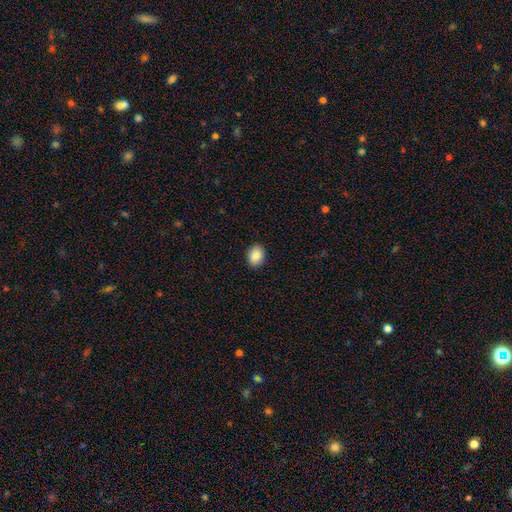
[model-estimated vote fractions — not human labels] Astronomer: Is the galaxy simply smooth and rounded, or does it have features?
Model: smooth — 88%.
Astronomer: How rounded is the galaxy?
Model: in between — 68%.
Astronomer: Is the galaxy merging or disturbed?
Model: none — 90%.